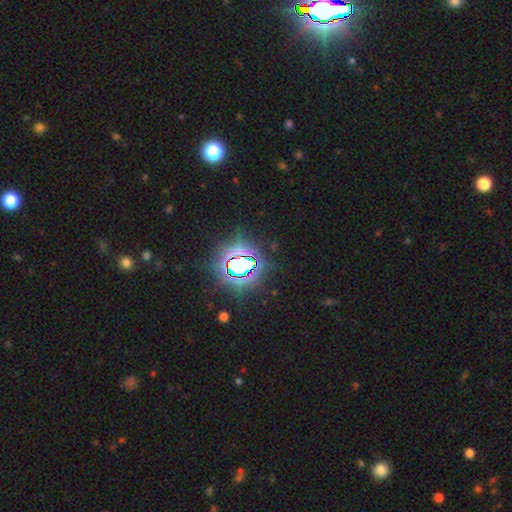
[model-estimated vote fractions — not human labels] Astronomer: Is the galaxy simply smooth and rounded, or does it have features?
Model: star or artifact — 82%.